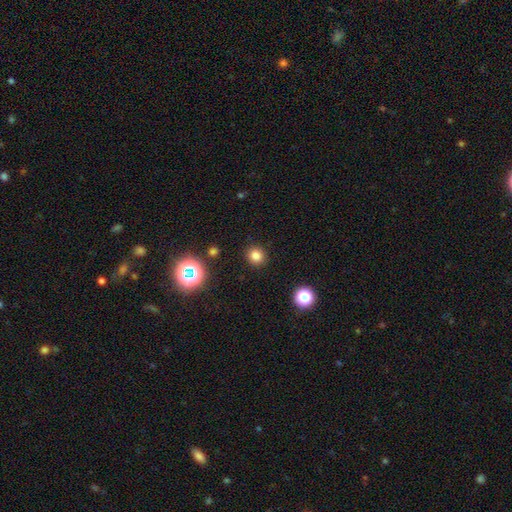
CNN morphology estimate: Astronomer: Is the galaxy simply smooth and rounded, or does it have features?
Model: smooth — 79%.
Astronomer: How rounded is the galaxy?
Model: round — 87%.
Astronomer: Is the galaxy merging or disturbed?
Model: none — 90%.